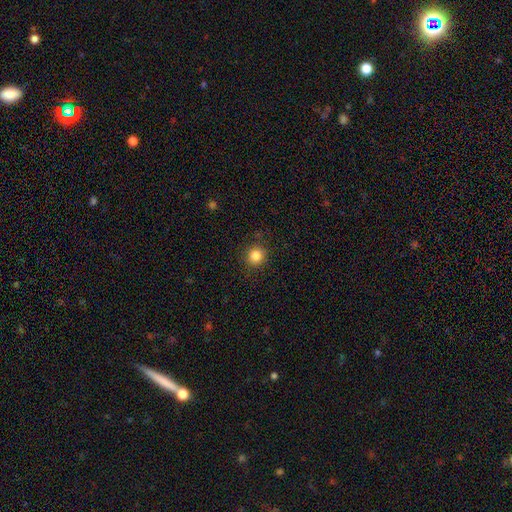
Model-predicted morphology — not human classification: Smooth or featured: smooth — 84% (star or artifact — 11%)
How rounded: round — 91% (in between — 8%)
Merging: none — 90% (minor disturbance — 7%)